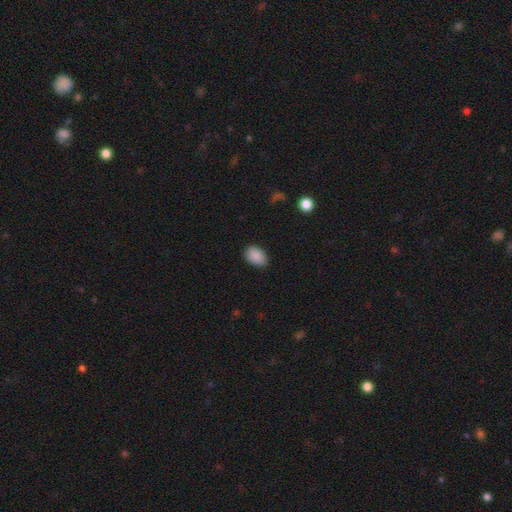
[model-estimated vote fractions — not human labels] smooth_or_featured: smooth (p=0.89) [alt: star or artifact p=0.07]
how_rounded: in between (p=0.85) [alt: round p=0.14]
merging: none (p=0.85) [alt: minor disturbance p=0.11]